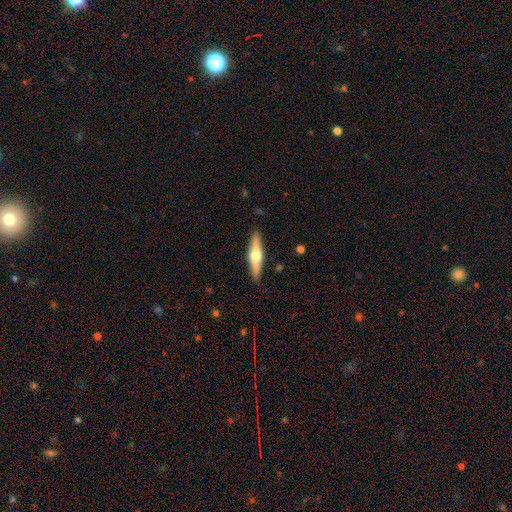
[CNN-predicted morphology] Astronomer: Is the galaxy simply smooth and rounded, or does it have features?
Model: featured or disk — 55% (runner-up: smooth, 39%).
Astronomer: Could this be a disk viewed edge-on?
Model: yes — 95%.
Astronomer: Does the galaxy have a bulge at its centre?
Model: rounded — 93%.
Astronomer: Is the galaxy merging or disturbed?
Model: none — 89%.